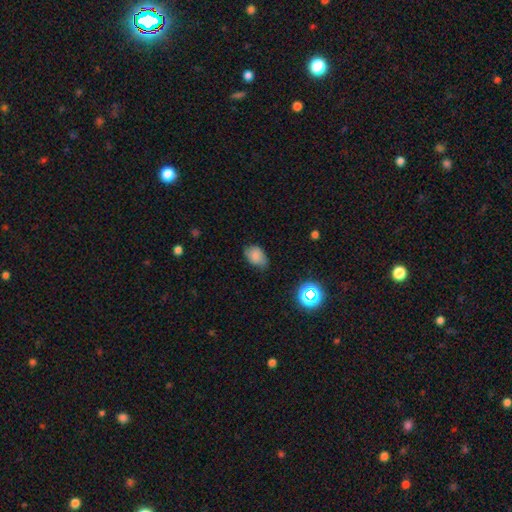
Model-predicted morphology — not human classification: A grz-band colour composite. It shows a smooth galaxy with no disk features (77%) that is in between round and cigar-shaped (79%). Merging: none (61%).